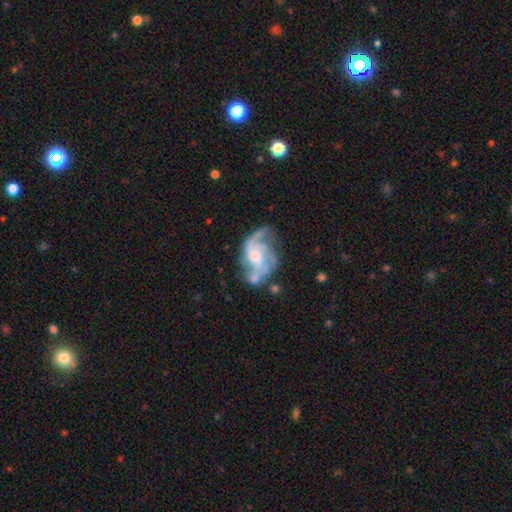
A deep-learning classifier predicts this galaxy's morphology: The model was most divided on "bulge size": moderate: 48%, small: 40%, large: 6%, none: 5%, dominant: 1%. Remaining: edge-on disk — no (98%); spiral arms — yes (94%); smooth or featured — featured or disk (86%); bar — no (62%); merging — none (50%); spiral winding — medium (47%); spiral arm count — 3 (37%).